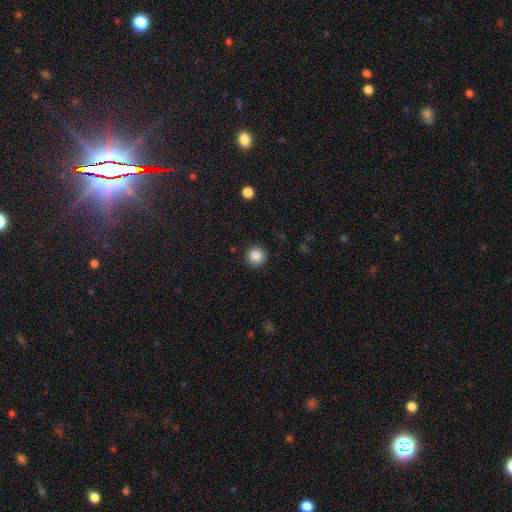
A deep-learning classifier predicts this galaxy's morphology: Smooth or featured: smooth — 87% (star or artifact — 10%)
How rounded: round — 94% (in between — 5%)
Merging: none — 91% (minor disturbance — 6%)